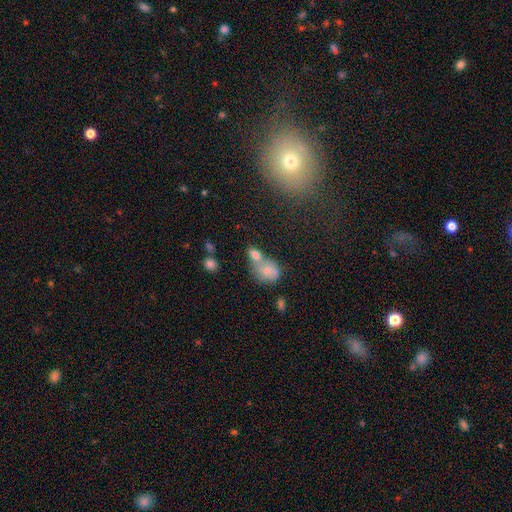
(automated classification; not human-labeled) Q: Smooth or featured?
A: smooth (73%); runner-up: featured or disk (15%)
Q: How rounded?
A: in between (63%); runner-up: round (34%)
Q: Merging?
A: merger (59%); runner-up: none (26%)